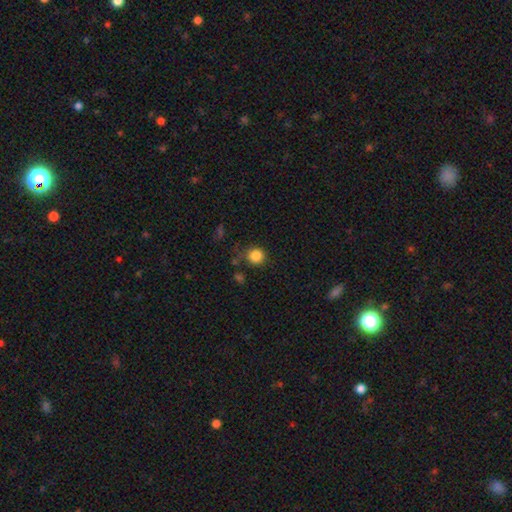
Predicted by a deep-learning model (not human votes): Q: Smooth or featured?
A: smooth (85%); runner-up: star or artifact (11%)
Q: How rounded?
A: round (91%); runner-up: in between (8%)
Q: Merging?
A: none (77%); runner-up: minor disturbance (13%)